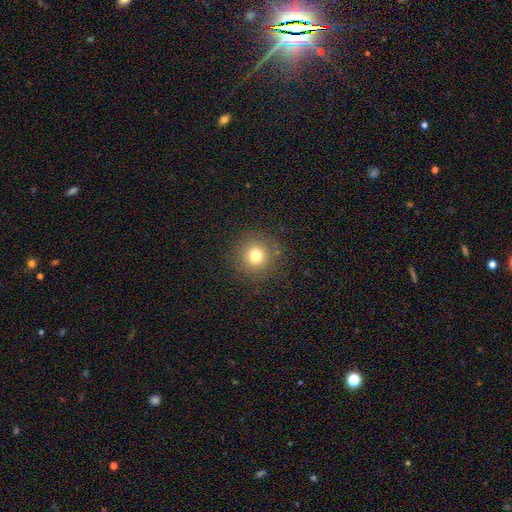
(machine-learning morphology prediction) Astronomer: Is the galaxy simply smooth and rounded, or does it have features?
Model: smooth — 75%.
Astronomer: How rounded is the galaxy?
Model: round — 94%.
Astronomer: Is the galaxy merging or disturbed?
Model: none — 88%.